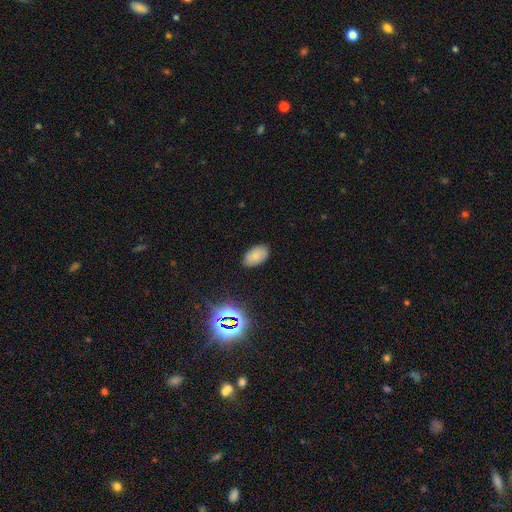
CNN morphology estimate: Smooth or featured: smooth — 77% (star or artifact — 13%)
How rounded: in between — 93% (round — 6%)
Merging: none — 83% (minor disturbance — 13%)